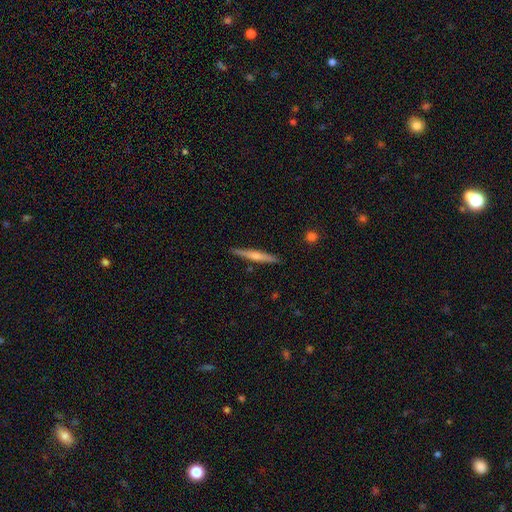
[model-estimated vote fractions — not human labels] Smooth or featured?
  - featured or disk: 55% *
  - smooth: 39%
  - star or artifact: 6%
Edge-on disk?
  - yes: 97% *
  - no: 3%
Edge-on bulge?
  - rounded: 67% *
  - none: 24%
  - boxy: 9%
Merging?
  - none: 90% *
  - minor disturbance: 8%
  - major disturbance: 1%
  - merger: 1%